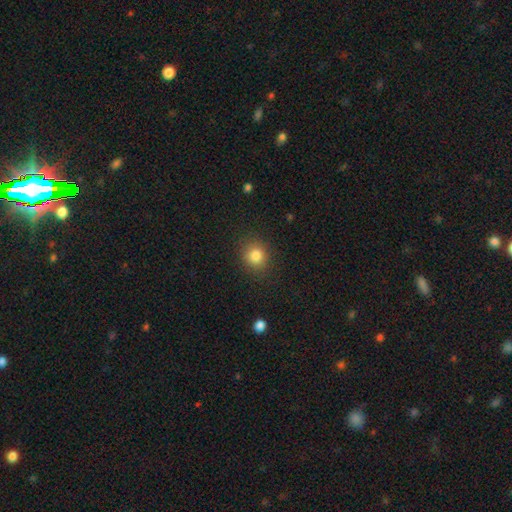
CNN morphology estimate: smooth 83%, star or artifact 11%, featured or disk 6%. Down the decision tree: how rounded — round (81%); merging — none (87%).